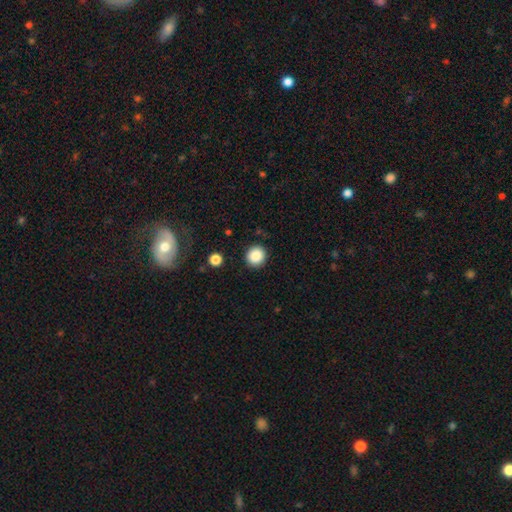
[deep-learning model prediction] Q: Smooth or featured?
A: smooth (86%); runner-up: star or artifact (10%)
Q: How rounded?
A: round (92%); runner-up: in between (7%)
Q: Merging?
A: none (90%); runner-up: minor disturbance (6%)